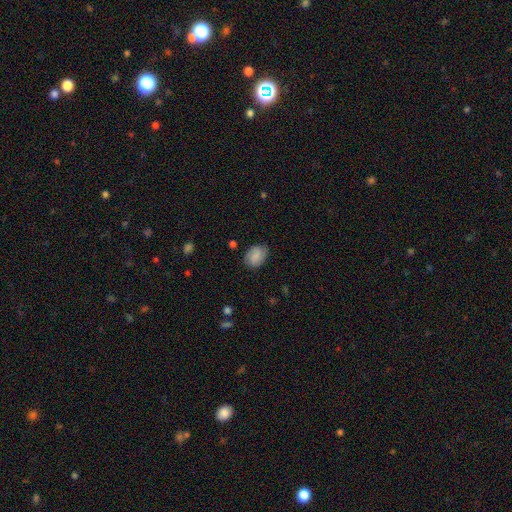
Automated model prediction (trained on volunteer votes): This appears to be a smooth galaxy with no disk features (80%) that is in between round and cigar-shaped (70%). Merging: none (77%).